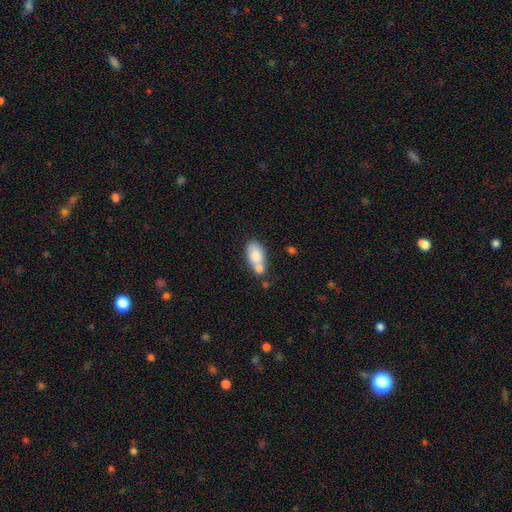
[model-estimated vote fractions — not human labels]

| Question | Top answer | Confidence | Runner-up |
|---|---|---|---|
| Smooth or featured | smooth | 78% | featured or disk (15%) |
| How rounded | in between | 89% | cigar-shaped (6%) |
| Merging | none | 41% | merger (37%) |